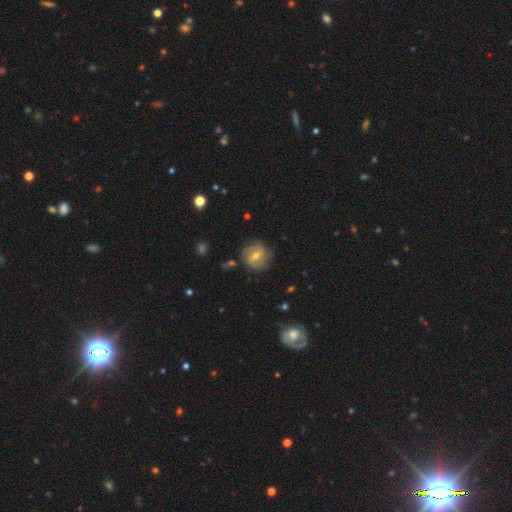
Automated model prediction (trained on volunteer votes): smooth-or-featured: featured or disk: 69% | smooth: 22% | star or artifact: 9%
  disk-edge-on: no: 97% | yes: 3%
    bar: weak: 52% | no: 28% | strong: 20%
    has-spiral-arms: yes: 87% | no: 13%
      spiral-winding: tight: 47% | medium: 38% | loose: 14%
      spiral-arm-count: 2: 61% | can't tell: 20% | 3: 9% | 1: 4% | 4: 3% | more than 4: 2%
    bulge-size: moderate: 58% | small: 38% | large: 2% | none: 1% | dominant: 1%
  merging: none: 81% | minor disturbance: 13% | major disturbance: 4% | merger: 2%